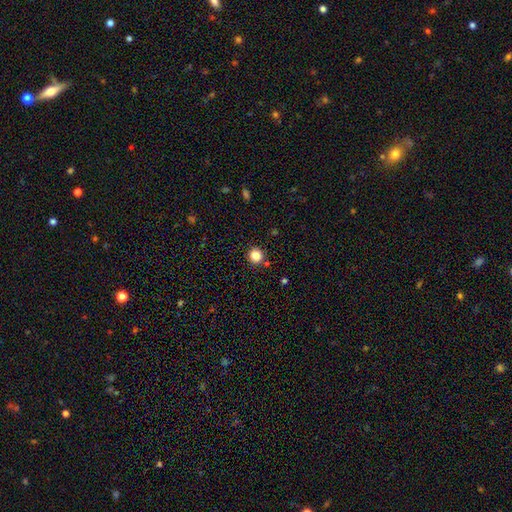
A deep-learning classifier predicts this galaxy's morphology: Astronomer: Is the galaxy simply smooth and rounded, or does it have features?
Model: smooth — 84%.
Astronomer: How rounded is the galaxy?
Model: round — 92%.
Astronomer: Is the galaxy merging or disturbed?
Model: none — 88%.